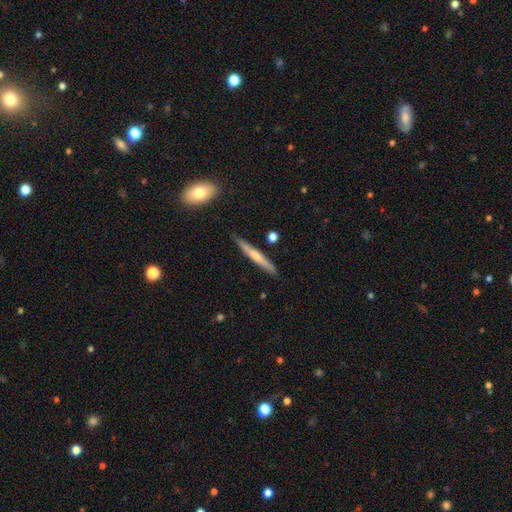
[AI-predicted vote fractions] Smooth or featured?
  - smooth: 51% *
  - featured or disk: 43%
  - star or artifact: 6%
How rounded?
  - cigar-shaped: 95% *
  - in between: 3%
  - round: 1%
Merging?
  - none: 86% *
  - minor disturbance: 10%
  - merger: 2%
  - major disturbance: 2%